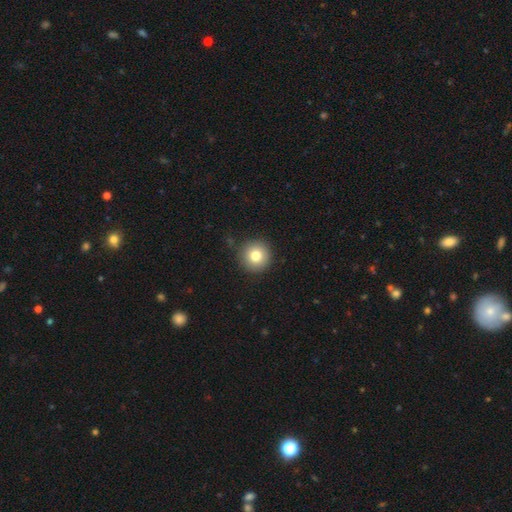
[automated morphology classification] This appears to be a smooth galaxy with no disk features (79%) that is round (95%). Merging: none (89%).